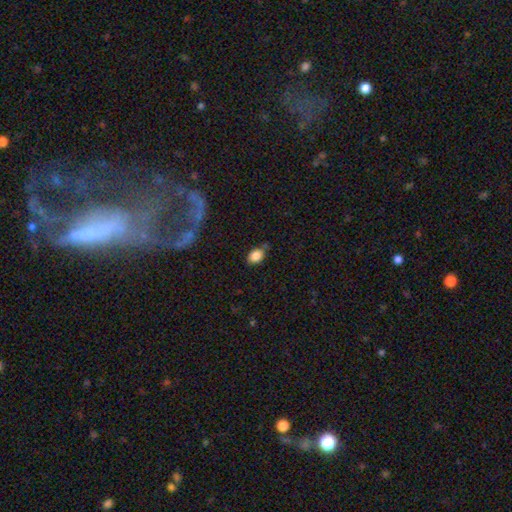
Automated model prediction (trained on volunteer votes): Smooth or featured? smooth (85%)
How rounded? in between (79%)
Merging? none (72%)